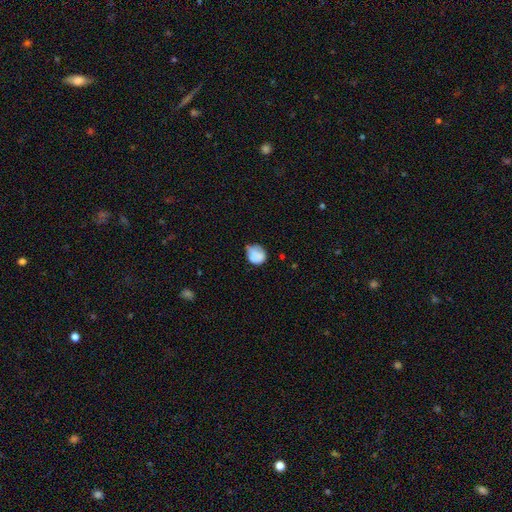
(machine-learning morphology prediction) Smooth or featured? smooth (78%)
How rounded? round (68%)
Merging? none (47%)